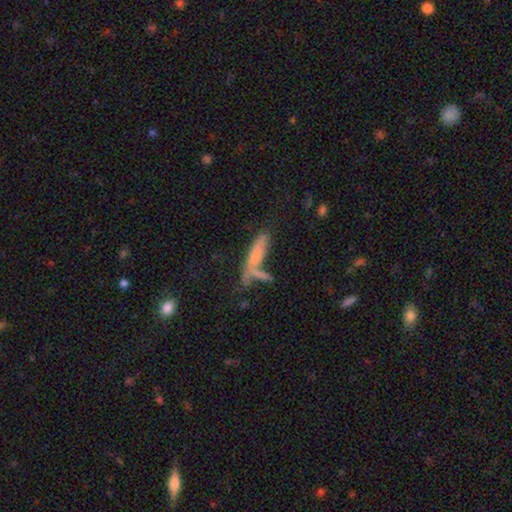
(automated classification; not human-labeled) Smooth or featured? smooth (64%)
How rounded? cigar-shaped (78%)
Merging? none (47%)